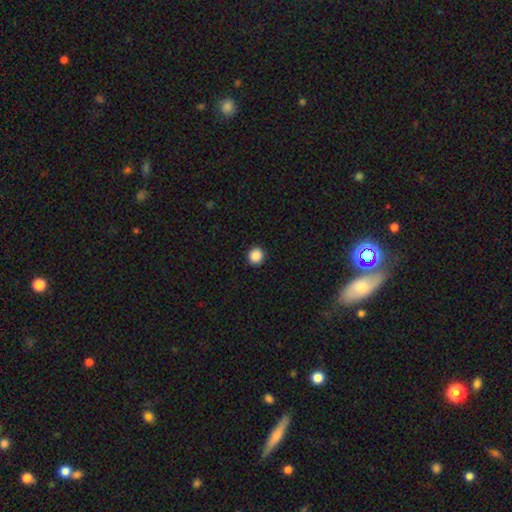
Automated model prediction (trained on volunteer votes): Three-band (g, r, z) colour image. It shows a smooth galaxy with no disk features (88%) that is round (91%). Merging: none (92%).